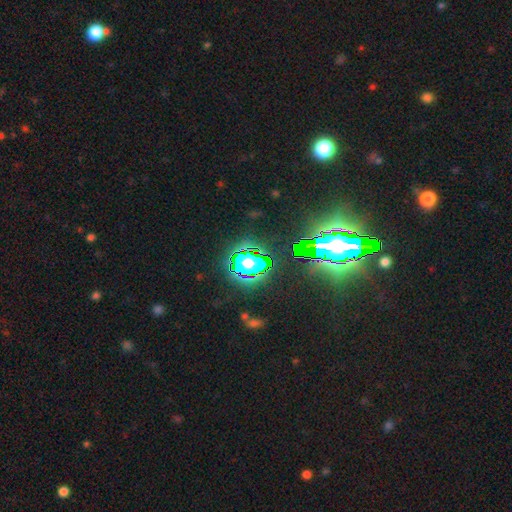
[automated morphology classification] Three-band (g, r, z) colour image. It shows a star or artifact, not a galaxy (85%).